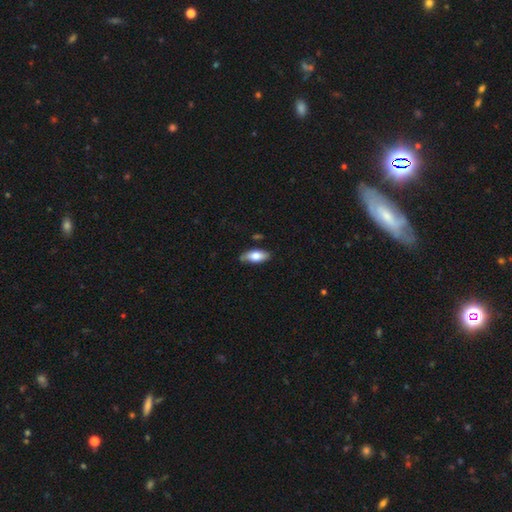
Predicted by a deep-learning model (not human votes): The model was most divided on "smooth or featured": smooth: 75%, featured or disk: 19%, star or artifact: 6%. More confident: how rounded — in between (83%); merging — none (79%).